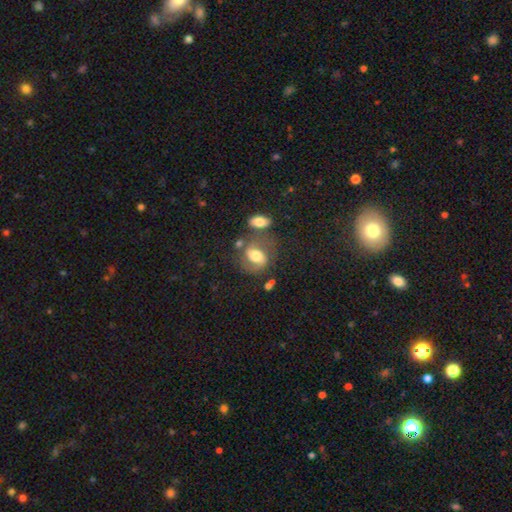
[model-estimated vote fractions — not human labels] The model was most divided on "smooth or featured": smooth: 51%, featured or disk: 39%, star or artifact: 10%. More confident: how rounded — in between (67%); merging — none (52%).